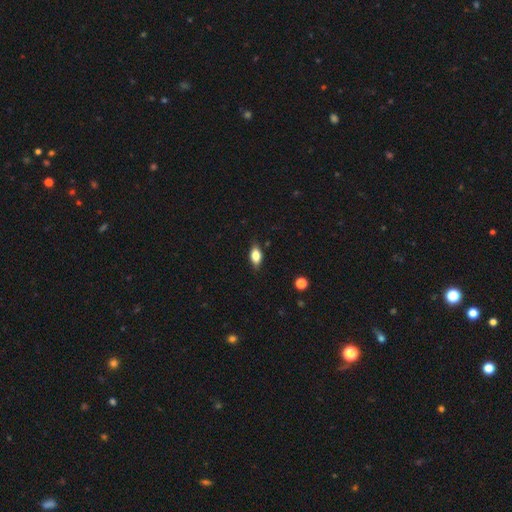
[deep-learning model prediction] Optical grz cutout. It shows a smooth galaxy with no disk features (78%) that is in between round and cigar-shaped (86%). Merging: none (82%).